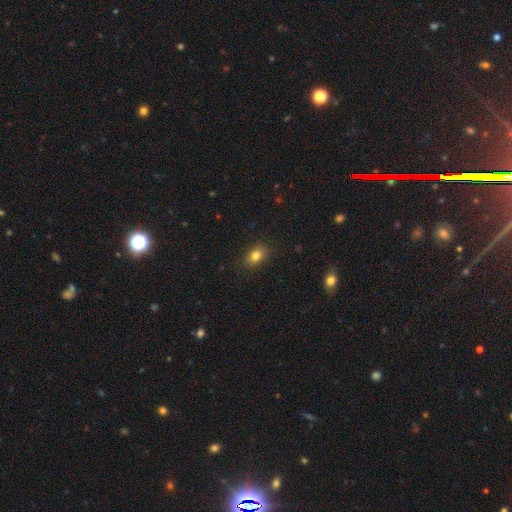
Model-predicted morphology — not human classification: Smooth or featured: smooth — 82% (star or artifact — 11%)
How rounded: in between — 75% (round — 23%)
Merging: none — 88% (minor disturbance — 9%)